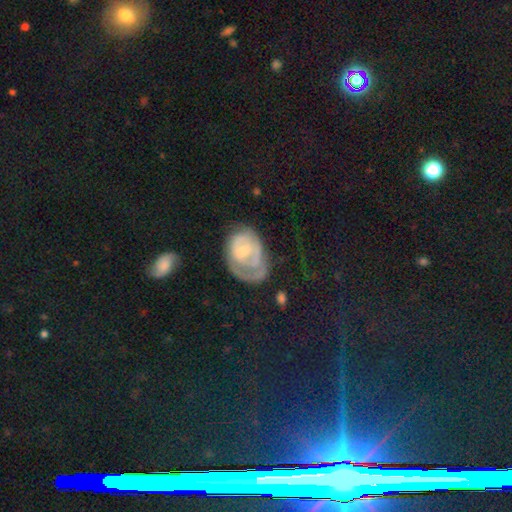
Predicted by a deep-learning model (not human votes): Q: Smooth or featured?
A: featured or disk (62%); runner-up: smooth (27%)
Q: Edge-on disk?
A: no (96%); runner-up: yes (4%)
Q: Bar?
A: no (67%); runner-up: weak (27%)
Q: Spiral arms?
A: yes (68%); runner-up: no (32%)
Q: Bulge size?
A: small (54%); runner-up: moderate (39%)
Q: Merging?
A: none (40%); runner-up: minor disturbance (31%)